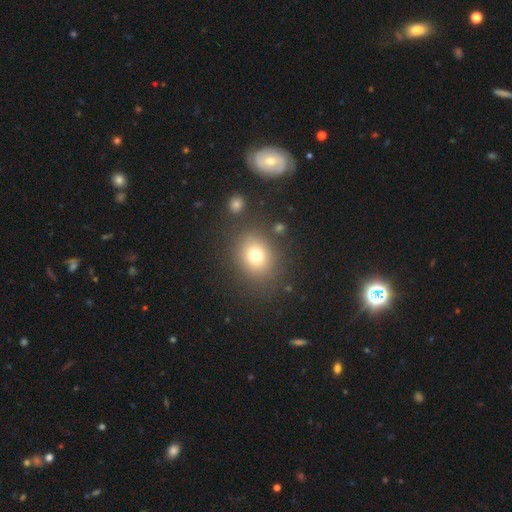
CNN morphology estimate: Smooth or featured? Predicted: smooth (p=0.74). How rounded? Predicted: round (p=0.69). Merging? Predicted: none (p=0.81).